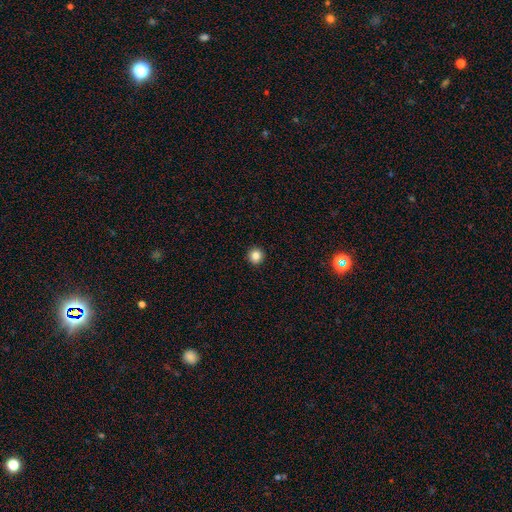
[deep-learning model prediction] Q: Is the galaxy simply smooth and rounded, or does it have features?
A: smooth — 84%.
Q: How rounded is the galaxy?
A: round — 94%.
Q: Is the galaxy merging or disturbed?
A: none — 94%.